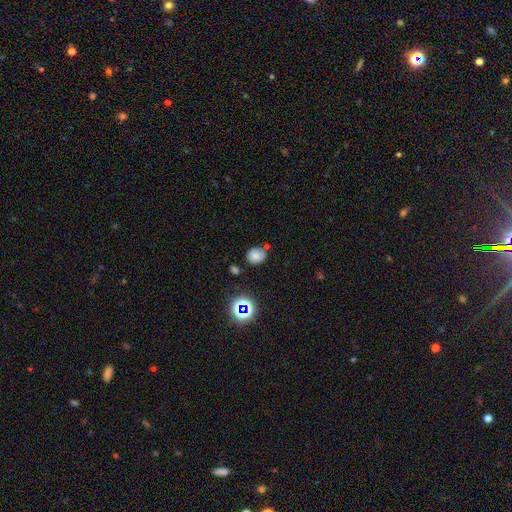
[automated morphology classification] The model was most divided on "how rounded": round: 69%, in between: 30%, cigar-shaped: 1%. More confident: smooth or featured — smooth (72%); merging — none (67%).